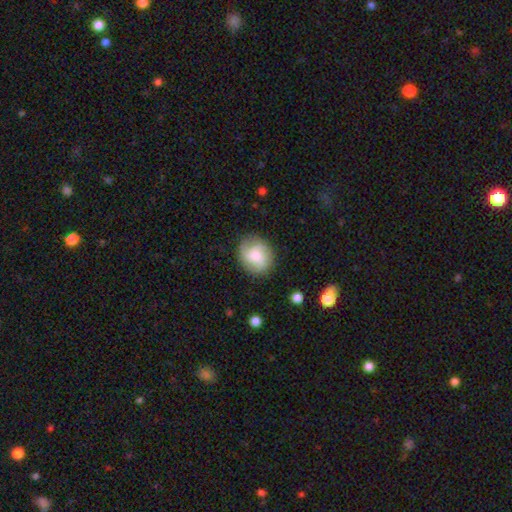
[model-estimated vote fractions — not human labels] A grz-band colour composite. It shows a featured or disk galaxy (49%). Merging: none (79%).